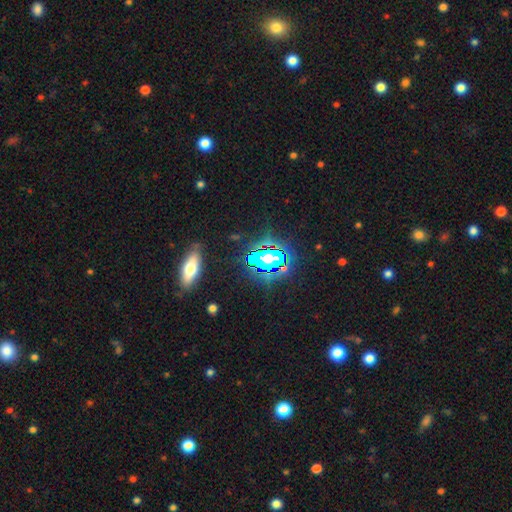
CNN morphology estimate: A star or artifact, not a galaxy (68%).